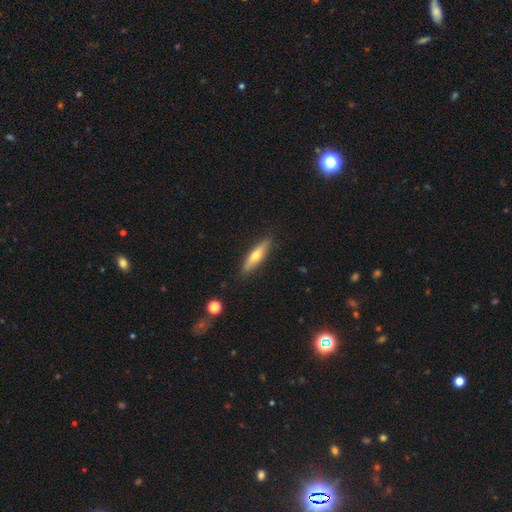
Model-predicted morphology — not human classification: The model was most divided on "smooth or featured": smooth: 49%, featured or disk: 44%, star or artifact: 6%. More confident: merging — none (87%).